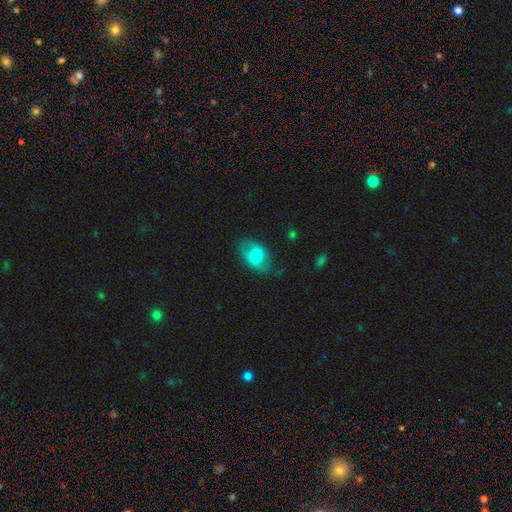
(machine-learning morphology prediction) smooth-or-featured: smooth: 63% | featured or disk: 29% | star or artifact: 7%
  how-rounded: in between: 86% | round: 13% | cigar-shaped: 2%
  merging: none: 53% | minor disturbance: 29% | major disturbance: 16% | merger: 2%